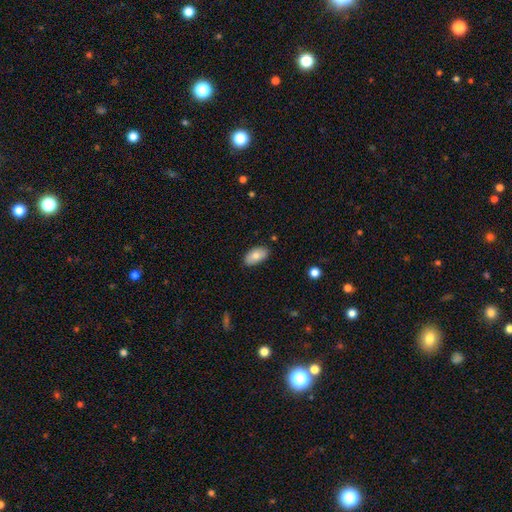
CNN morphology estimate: Smooth or featured? Predicted: smooth (p=0.78). How rounded? Predicted: in between (p=0.94). Merging? Predicted: none (p=0.84).